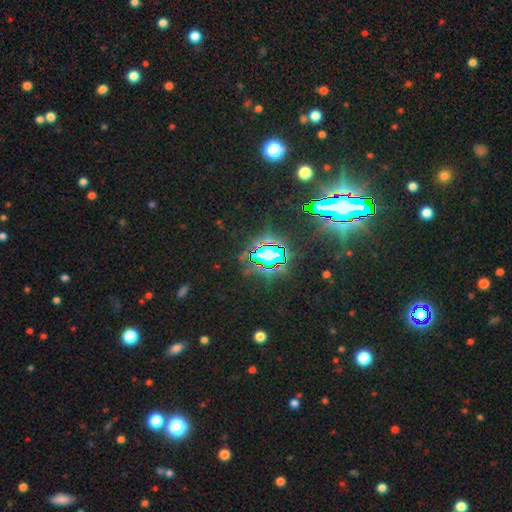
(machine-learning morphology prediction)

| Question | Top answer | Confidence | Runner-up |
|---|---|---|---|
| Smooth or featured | star or artifact | 84% | smooth (9%) |